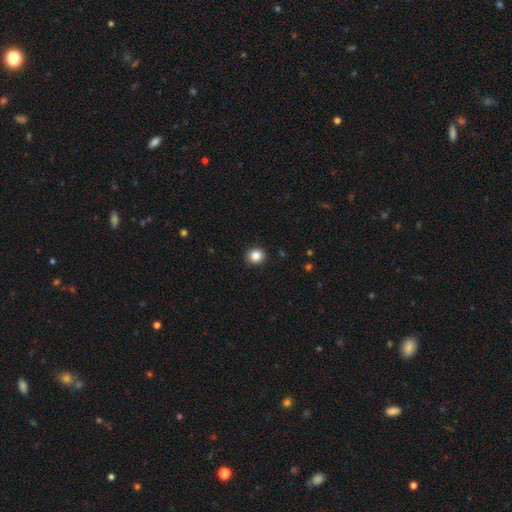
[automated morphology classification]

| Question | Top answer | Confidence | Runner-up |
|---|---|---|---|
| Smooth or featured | smooth | 86% | star or artifact (10%) |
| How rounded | round | 89% | in between (10%) |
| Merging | none | 92% | minor disturbance (6%) |